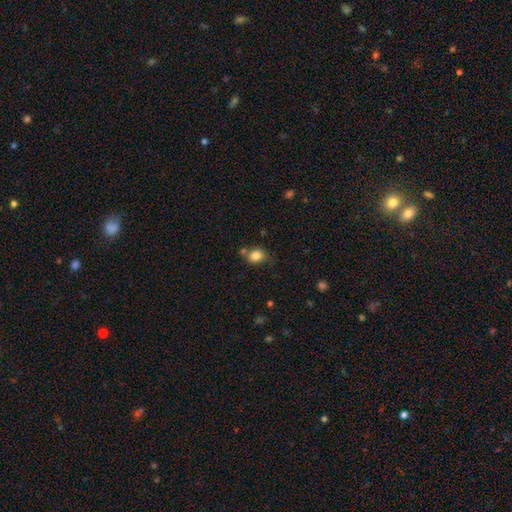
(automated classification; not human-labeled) Smooth or featured: smooth — 83% (star or artifact — 10%)
How rounded: round — 59% (in between — 40%)
Merging: none — 62% (merger — 17%)